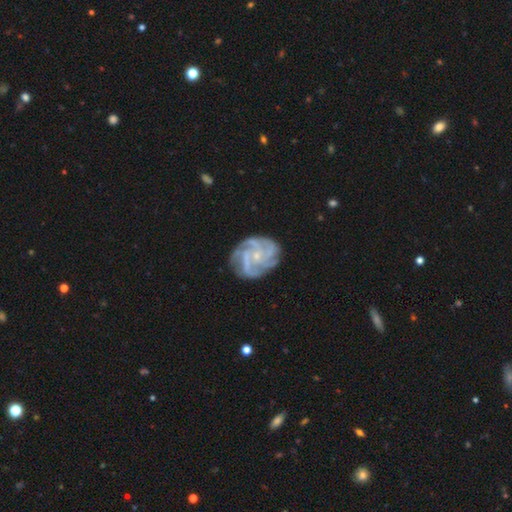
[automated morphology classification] This appears to be a featured or disk galaxy (87%) with no bar (63%), 4 (39%) tight (54%) spiral arms (97%) and a small central bulge (75%). Merging: none (76%).